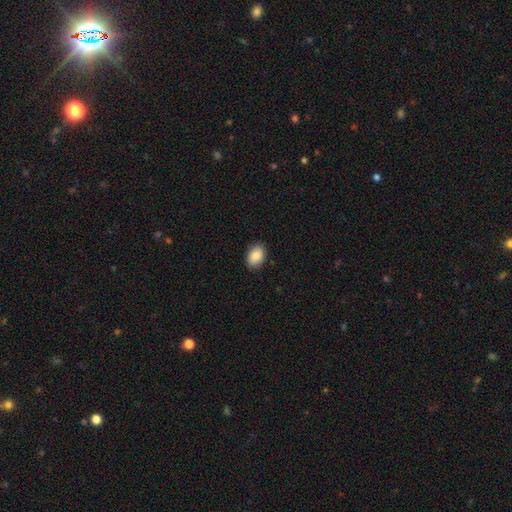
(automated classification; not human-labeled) Smooth or featured?
  - smooth: 86% *
  - featured or disk: 7%
  - star or artifact: 7%
How rounded?
  - in between: 85% *
  - round: 14%
  - cigar-shaped: 1%
Merging?
  - none: 88% *
  - minor disturbance: 10%
  - major disturbance: 2%
  - merger: 1%